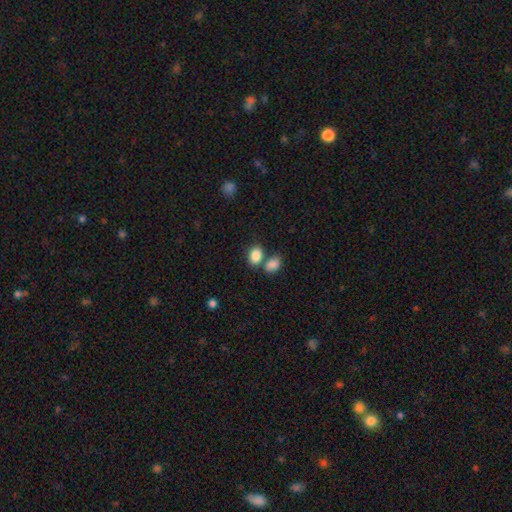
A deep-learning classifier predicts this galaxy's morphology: smooth_or_featured: smooth (p=0.86) [alt: star or artifact p=0.08]
how_rounded: in between (p=0.76) [alt: round p=0.23]
merging: none (p=0.50) [alt: merger p=0.36]